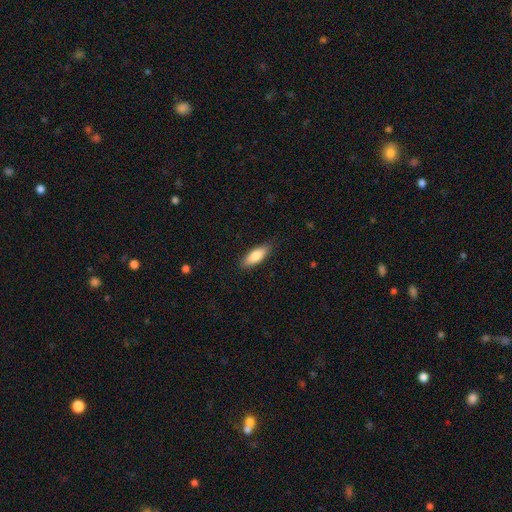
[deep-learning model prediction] Q: Smooth or featured?
A: smooth (80%); runner-up: featured or disk (14%)
Q: How rounded?
A: in between (67%); runner-up: cigar-shaped (31%)
Q: Merging?
A: none (85%); runner-up: minor disturbance (12%)